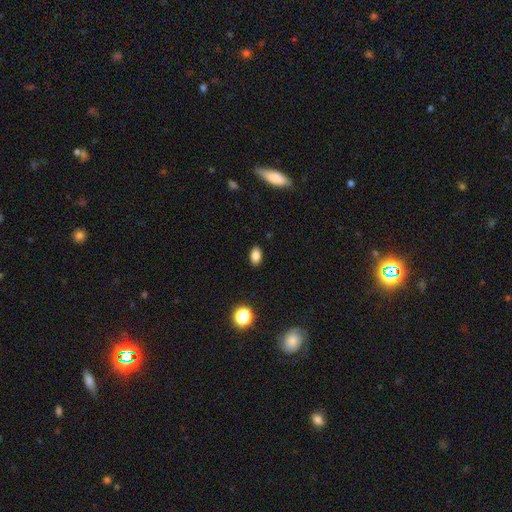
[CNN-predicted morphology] Q: Smooth or featured?
A: smooth (84%); runner-up: star or artifact (11%)
Q: How rounded?
A: in between (88%); runner-up: round (10%)
Q: Merging?
A: none (89%); runner-up: minor disturbance (8%)